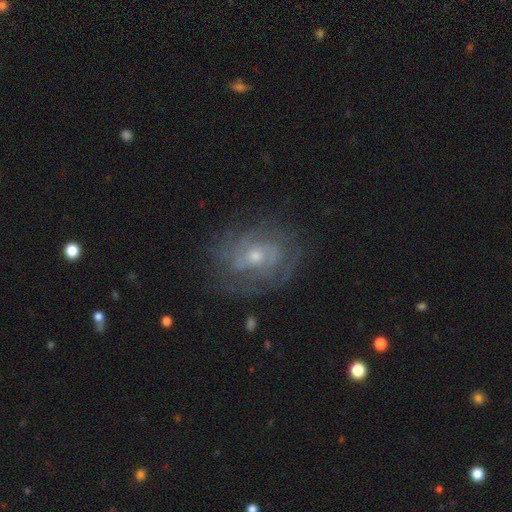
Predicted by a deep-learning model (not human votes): A featured or disk galaxy (80%) with no bar (72%), tight (57%) spiral arms (85%) and a small central bulge (54%).

Vote fractions:
- Smooth or featured? featured or disk: 80% / smooth: 12% / star or artifact: 7%
- Edge-on disk? no: 97% / yes: 3%
- Bar? no: 72% / weak: 24% / strong: 4%
- Spiral arms? yes: 85% / no: 15%
- Spiral winding? tight: 57% / medium: 33% / loose: 10%
- Spiral arm count? can't tell: 41% / 2: 28% / 3: 15% / 4: 7% / 1: 5% / more than 4: 5%
- Bulge size? small: 54% / moderate: 42% / large: 2% / none: 2% / dominant: 1%
- Merging? none: 72% / minor disturbance: 17% / major disturbance: 9% / merger: 1%